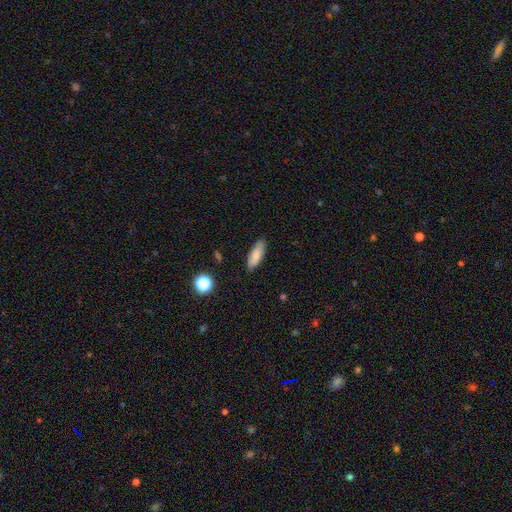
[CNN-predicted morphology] A smooth galaxy with no disk features (81%) that is in between round and cigar-shaped (62%).

Vote fractions:
- Smooth or featured? smooth: 81% / featured or disk: 11% / star or artifact: 8%
- How rounded? in between: 62% / cigar-shaped: 35% / round: 2%
- Merging? none: 83% / minor disturbance: 14% / major disturbance: 2% / merger: 1%